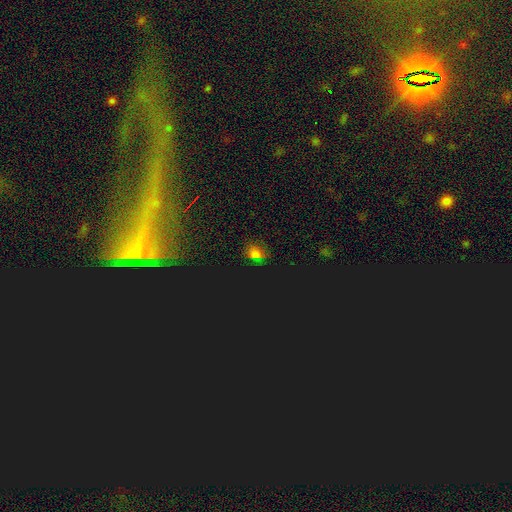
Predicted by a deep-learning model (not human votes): star or artifact 48%, smooth 45%, featured or disk 7%.